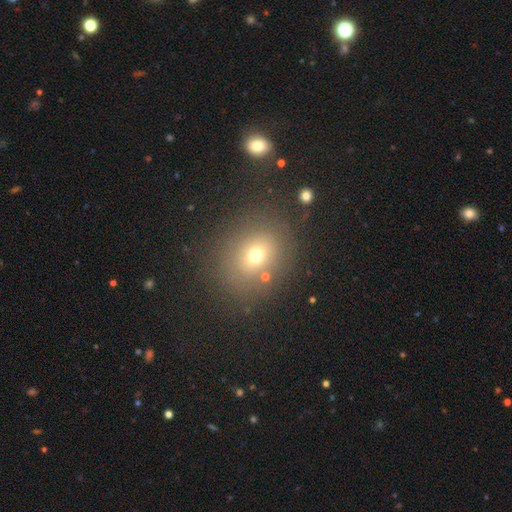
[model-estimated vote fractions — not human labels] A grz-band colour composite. It shows a smooth galaxy with no disk features (67%) that is round (71%). Merging: none (81%).